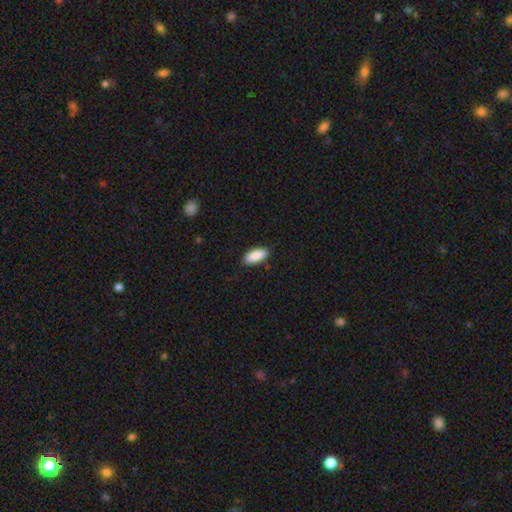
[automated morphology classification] A smooth galaxy with no disk features (89%) that is in between round and cigar-shaped (84%).

Vote fractions:
- Smooth or featured? smooth: 89% / star or artifact: 6% / featured or disk: 5%
- How rounded? in between: 84% / cigar-shaped: 14% / round: 2%
- Merging? none: 87% / minor disturbance: 10% / major disturbance: 2% / merger: 1%